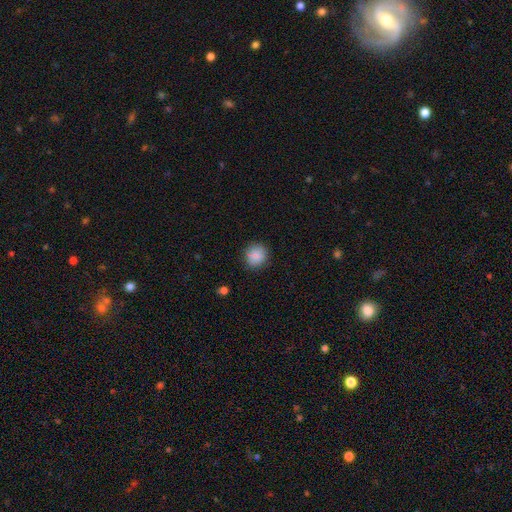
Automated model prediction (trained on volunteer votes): Q: Smooth or featured?
A: smooth (82%); runner-up: star or artifact (9%)
Q: How rounded?
A: round (88%); runner-up: in between (11%)
Q: Merging?
A: none (86%); runner-up: minor disturbance (10%)